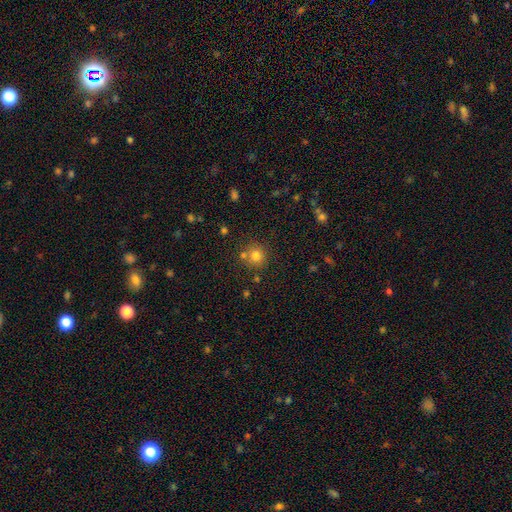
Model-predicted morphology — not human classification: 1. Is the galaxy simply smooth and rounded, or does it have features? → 78% smooth, 14% star or artifact, 8% featured or disk.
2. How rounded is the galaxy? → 91% round, 8% in between, 1% cigar-shaped.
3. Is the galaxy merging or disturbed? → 72% none, 16% merger, 9% minor disturbance, 3% major disturbance.